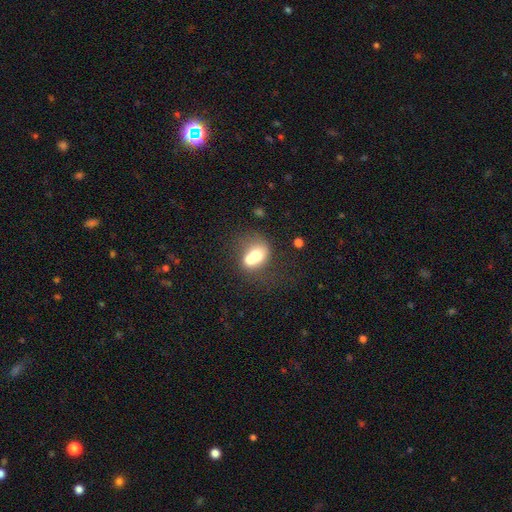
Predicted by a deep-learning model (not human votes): This is likely a smooth galaxy (63%). How rounded: possibly round (52%). Merging: likely merger (63%).